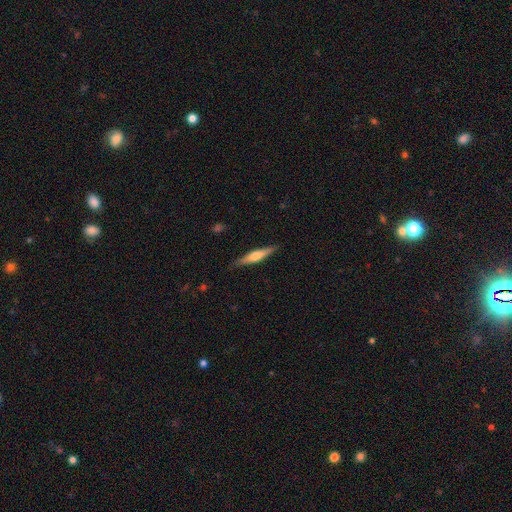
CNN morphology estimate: Smooth or featured? Predicted: featured or disk (p=0.59). Edge-on disk? Predicted: yes (p=0.97). Edge-on bulge? Predicted: rounded (p=0.85). Merging? Predicted: none (p=0.88).